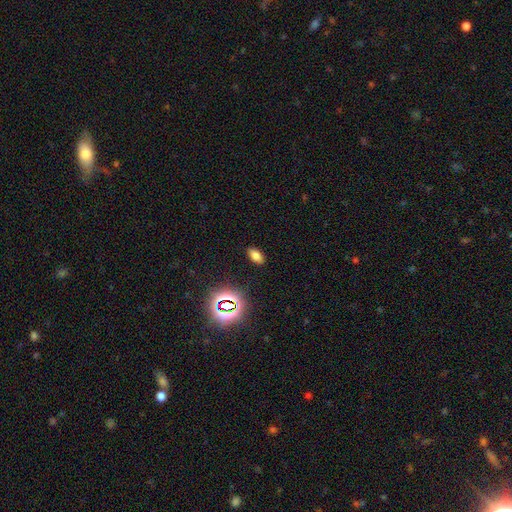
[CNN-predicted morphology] Overall: smooth (72%). How rounded: in between (90%). Merging: none (88%).